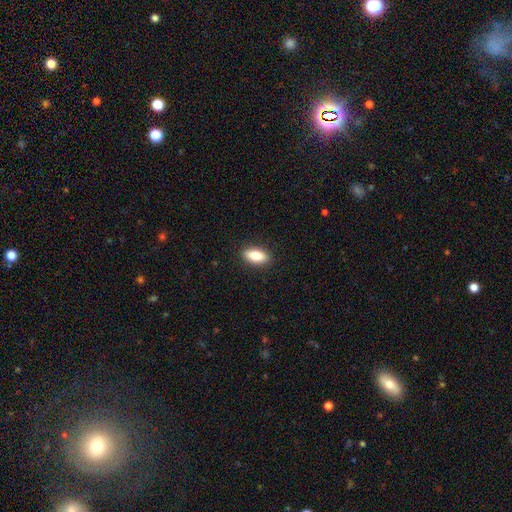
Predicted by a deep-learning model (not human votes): Smooth or featured: smooth — 81% (featured or disk — 12%)
How rounded: in between — 86% (cigar-shaped — 10%)
Merging: none — 90% (minor disturbance — 8%)